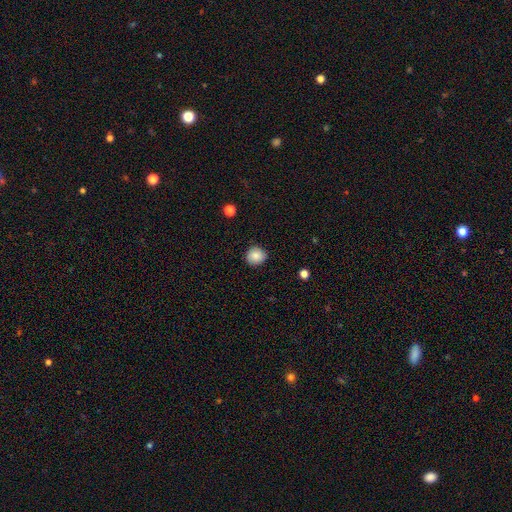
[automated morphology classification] Q: Smooth or featured?
A: smooth (86%); runner-up: star or artifact (9%)
Q: How rounded?
A: round (88%); runner-up: in between (11%)
Q: Merging?
A: none (89%); runner-up: minor disturbance (8%)